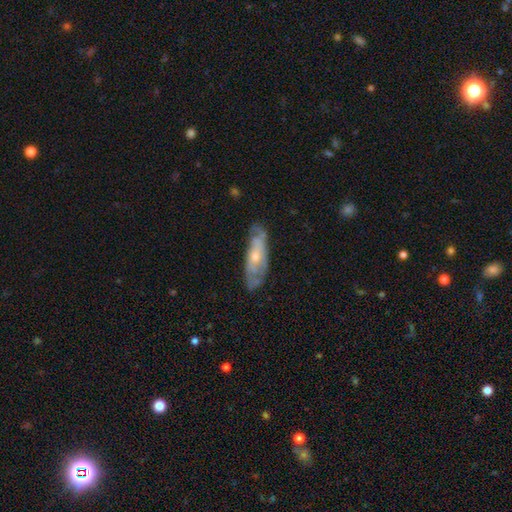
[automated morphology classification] A featured or disk galaxy (63%). Merging: none (66%).